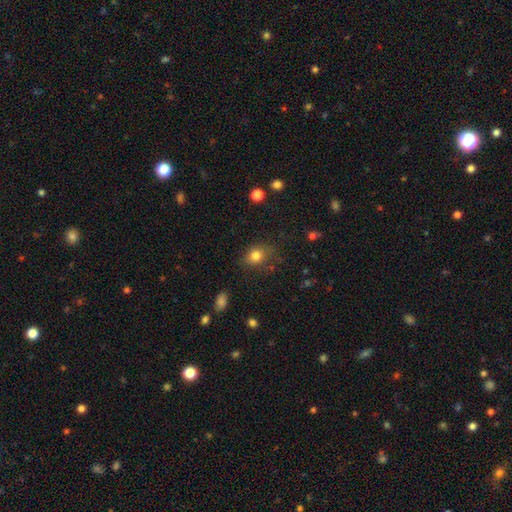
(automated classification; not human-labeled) A smooth galaxy with no disk features (80%) that is round (58%). Merging: none (74%).